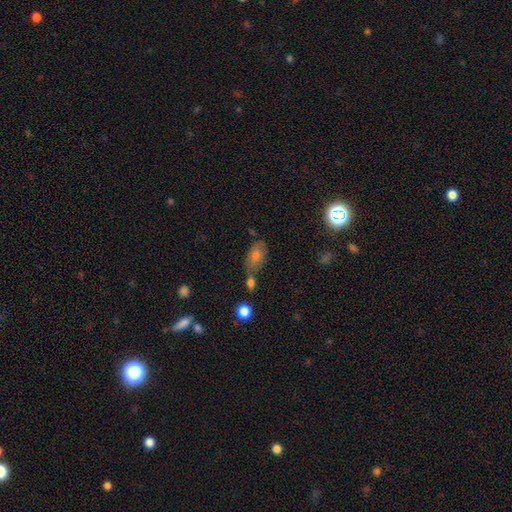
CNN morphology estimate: This is possibly a smooth galaxy (59%). How rounded: clearly in between (84%). Merging: possibly none (57%).